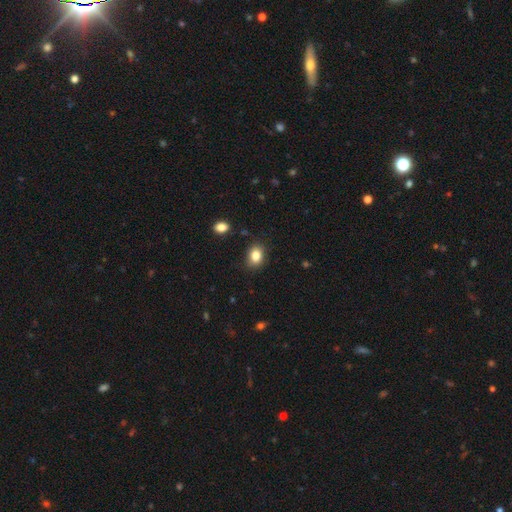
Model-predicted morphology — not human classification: smooth 84%, star or artifact 10%, featured or disk 6%. Down the decision tree: how rounded — in between (66%); merging — none (84%).